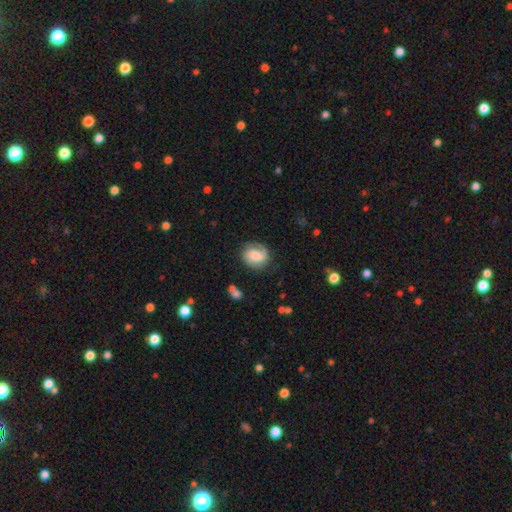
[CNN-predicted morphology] A featured or disk galaxy (55%) with no bar (47%), spiral arms (90%) and a moderate central bulge (43%).

Vote fractions:
- Smooth or featured? featured or disk: 55% / smooth: 37% / star or artifact: 7%
- Edge-on disk? no: 98% / yes: 2%
- Bar? no: 47% / weak: 43% / strong: 10%
- Spiral arms? yes: 90% / no: 10%
- Bulge size? moderate: 43% / small: 24% / large: 20% / none: 11% / dominant: 3%
- Merging? none: 70% / minor disturbance: 19% / major disturbance: 9% / merger: 2%